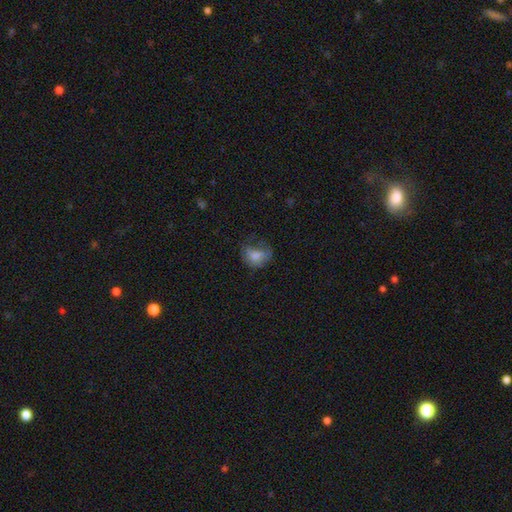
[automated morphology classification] Q: Smooth or featured?
A: smooth (69%); runner-up: featured or disk (20%)
Q: How rounded?
A: in between (62%); runner-up: round (36%)
Q: Merging?
A: none (39%); runner-up: major disturbance (31%)